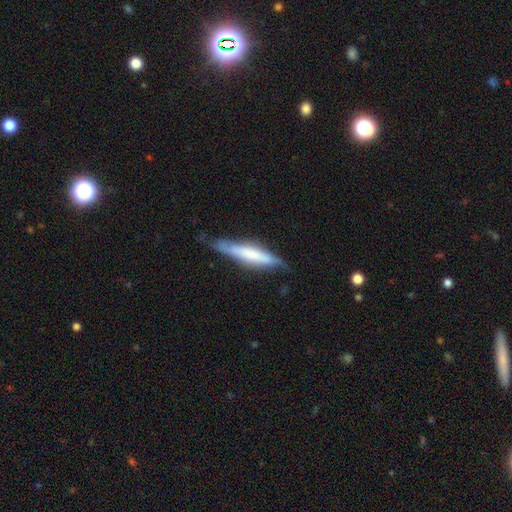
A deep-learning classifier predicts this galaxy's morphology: Smooth or featured? smooth (47%)
Merging? none (70%)